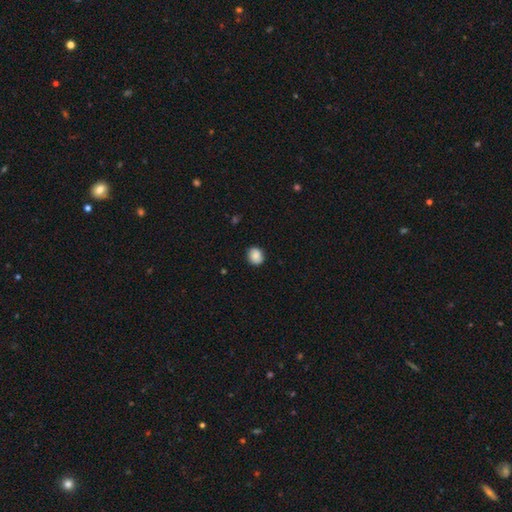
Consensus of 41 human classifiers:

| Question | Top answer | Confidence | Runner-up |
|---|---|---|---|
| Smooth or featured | smooth | 90% | featured or disk (5%) |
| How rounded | round | 92% | in between (8%) |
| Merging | none | 90% | minor disturbance (10%) |